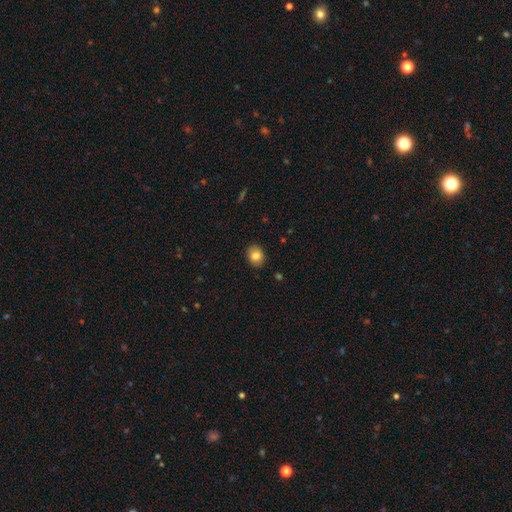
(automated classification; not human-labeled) Morphology: type=smooth (83%); roundness=in between (52%); merging=none (88%).